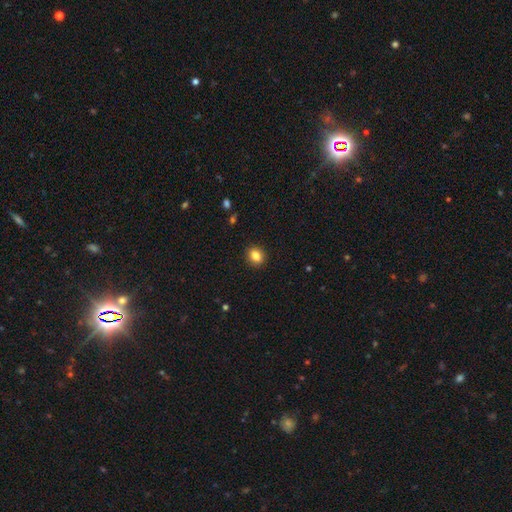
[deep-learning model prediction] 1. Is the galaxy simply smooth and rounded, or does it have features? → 85% smooth, 10% star or artifact, 5% featured or disk.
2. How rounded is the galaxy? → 55% round, 44% in between, 1% cigar-shaped.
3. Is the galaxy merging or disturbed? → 90% none, 7% minor disturbance, 2% major disturbance, 1% merger.